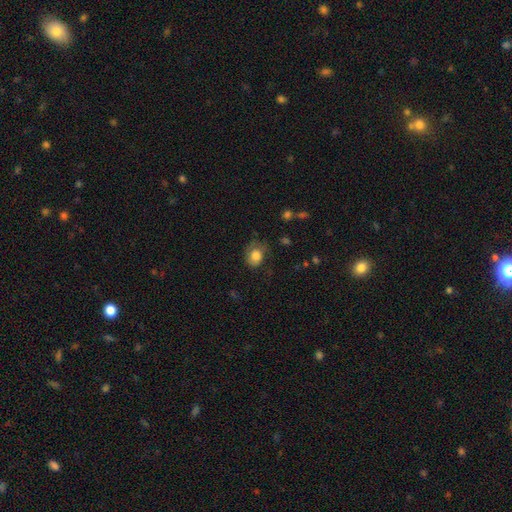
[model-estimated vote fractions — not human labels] Smooth or featured? Predicted: smooth (p=0.79). How rounded? Predicted: round (p=0.52). Merging? Predicted: none (p=0.54).